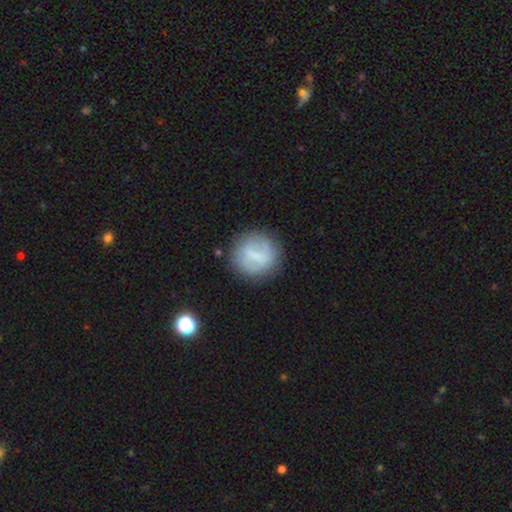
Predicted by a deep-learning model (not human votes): smooth 54%, featured or disk 38%, star or artifact 8%. Down the decision tree: how rounded — round (85%); merging — none (79%).